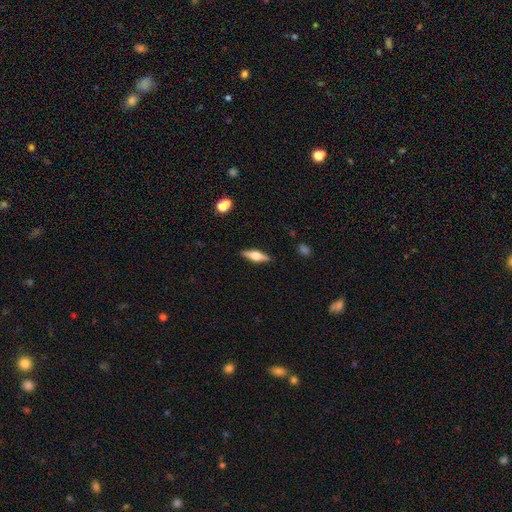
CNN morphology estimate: featured or disk 62%, smooth 31%, star or artifact 7%. Down the decision tree: edge-on disk — yes (95%); edge-on bulge — rounded (92%); merging — none (89%).